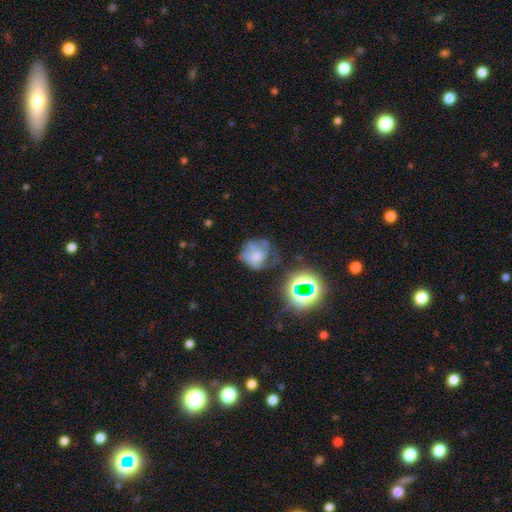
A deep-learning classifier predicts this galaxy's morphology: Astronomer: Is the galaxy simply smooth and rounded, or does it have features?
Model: smooth — 42% (runner-up: featured or disk, 41%).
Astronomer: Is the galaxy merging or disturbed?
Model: none — 42% (runner-up: minor disturbance, 26%).